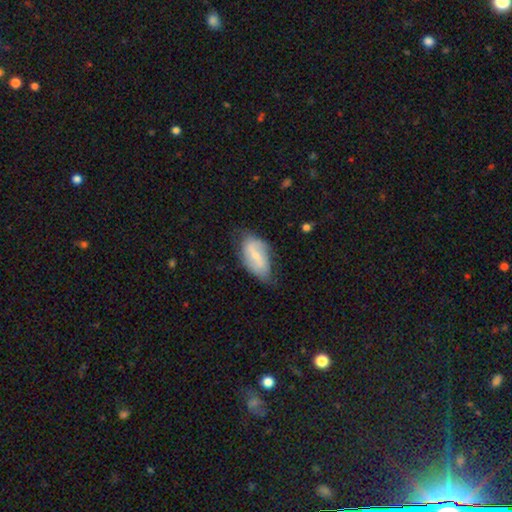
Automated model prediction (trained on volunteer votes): Smooth or featured?
  - featured or disk: 58% *
  - smooth: 36%
  - star or artifact: 6%
Edge-on disk?
  - no: 94% *
  - yes: 6%
Bar?
  - weak: 47% *
  - strong: 30%
  - no: 22%
Spiral arms?
  - yes: 77% *
  - no: 23%
Bulge size?
  - small: 59% *
  - moderate: 35%
  - none: 4%
  - large: 2%
  - dominant: 1%
Merging?
  - none: 59% *
  - minor disturbance: 31%
  - major disturbance: 8%
  - merger: 2%